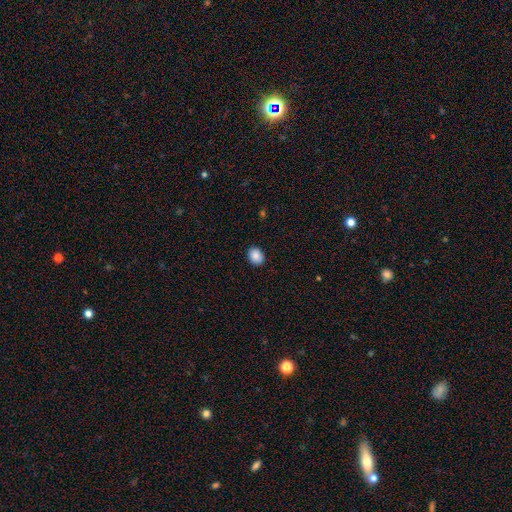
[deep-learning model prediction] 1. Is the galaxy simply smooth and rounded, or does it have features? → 88% smooth, 8% star or artifact, 4% featured or disk.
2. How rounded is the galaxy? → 57% in between, 42% round, 1% cigar-shaped.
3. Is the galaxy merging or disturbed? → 90% none, 7% minor disturbance, 2% major disturbance, 1% merger.